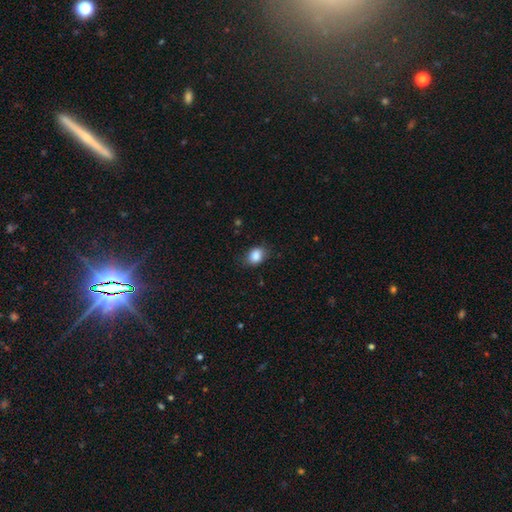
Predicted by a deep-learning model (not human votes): Overall: smooth (86%). How rounded: in between (62%; round 37%). Merging: none (76%).